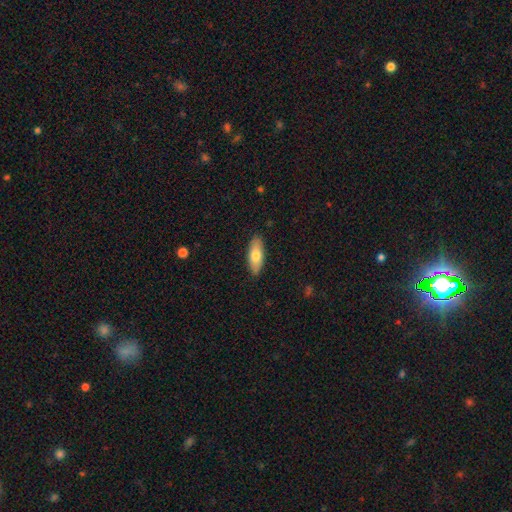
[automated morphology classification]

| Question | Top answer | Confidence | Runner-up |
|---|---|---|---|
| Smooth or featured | smooth | 73% | featured or disk (22%) |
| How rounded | in between | 71% | cigar-shaped (26%) |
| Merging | none | 89% | minor disturbance (9%) |